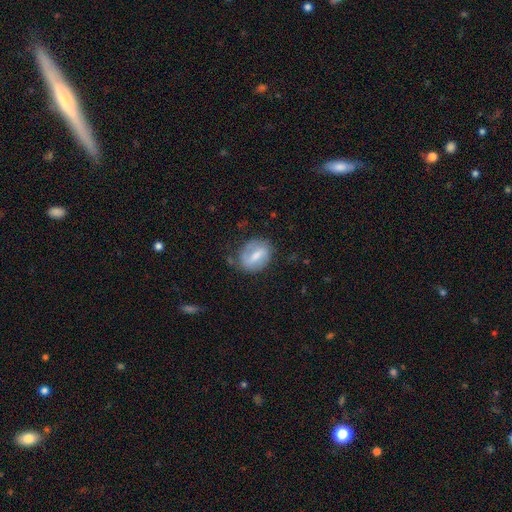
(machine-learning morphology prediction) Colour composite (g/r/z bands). It shows a featured or disk galaxy (50%). Merging: none (69%).